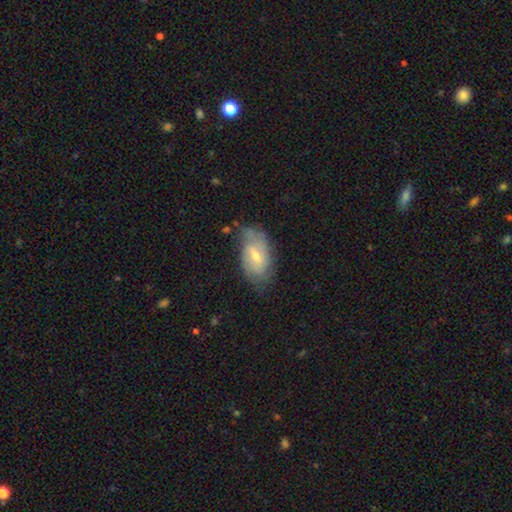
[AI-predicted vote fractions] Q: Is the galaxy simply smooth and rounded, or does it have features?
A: featured or disk — 52%.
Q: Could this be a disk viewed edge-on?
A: no — 92%.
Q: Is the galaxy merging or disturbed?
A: none — 59%.